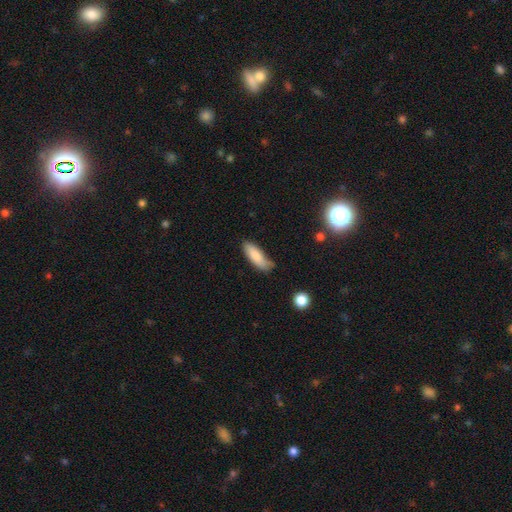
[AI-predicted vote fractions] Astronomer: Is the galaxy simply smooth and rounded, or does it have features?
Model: smooth — 84%.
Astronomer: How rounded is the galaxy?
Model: in between — 60% (runner-up: cigar-shaped, 38%).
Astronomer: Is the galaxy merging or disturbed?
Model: none — 63%.